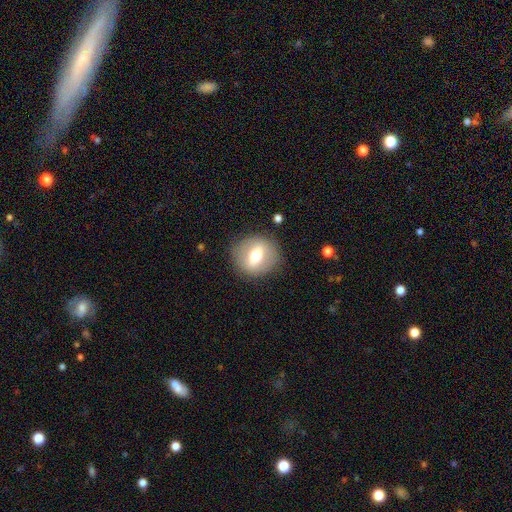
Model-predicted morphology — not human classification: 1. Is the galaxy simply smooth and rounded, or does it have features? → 54% smooth, 38% featured or disk, 8% star or artifact.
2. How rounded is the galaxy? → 78% round, 20% in between, 2% cigar-shaped.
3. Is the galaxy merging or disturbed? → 85% none, 9% minor disturbance, 4% major disturbance, 1% merger.